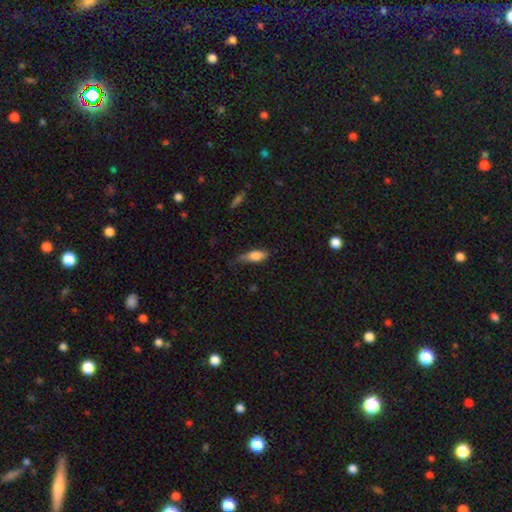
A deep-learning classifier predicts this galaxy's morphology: type=smooth (78%); roundness=in between (75%); merging=none (47%).